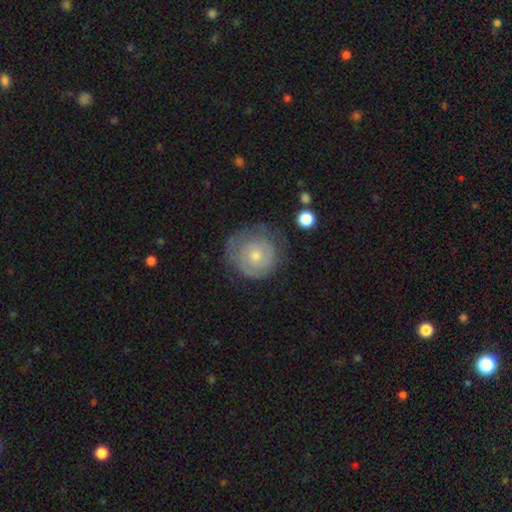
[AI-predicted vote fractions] This is possibly a featured or disk galaxy (59%). It is clearly not viewed edge-on (97%). Bar: clearly no (82%). Spiral arm pattern: likely yes (76%). Central bulge: possibly small (55%). Merging: likely none (67%).